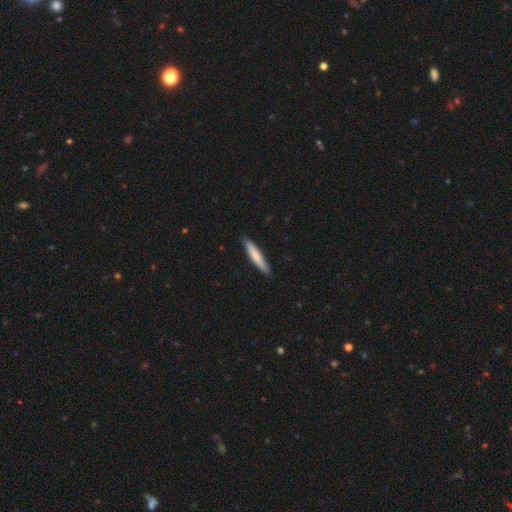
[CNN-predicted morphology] Smooth or featured? smooth (75%)
How rounded? cigar-shaped (92%)
Merging? none (87%)